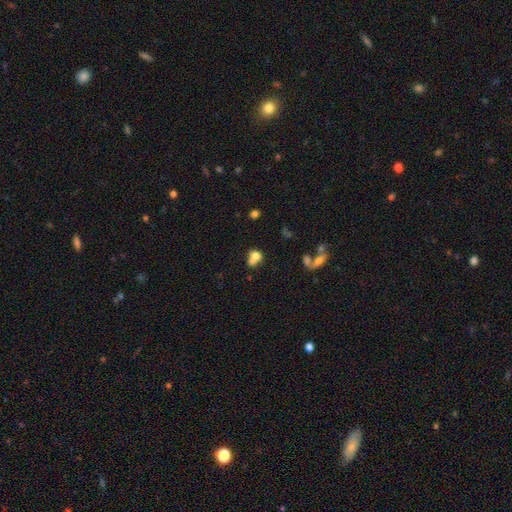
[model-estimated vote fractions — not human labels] This is likely a smooth galaxy (69%). How rounded: possibly round (49%). Merging: possibly merger (57%).